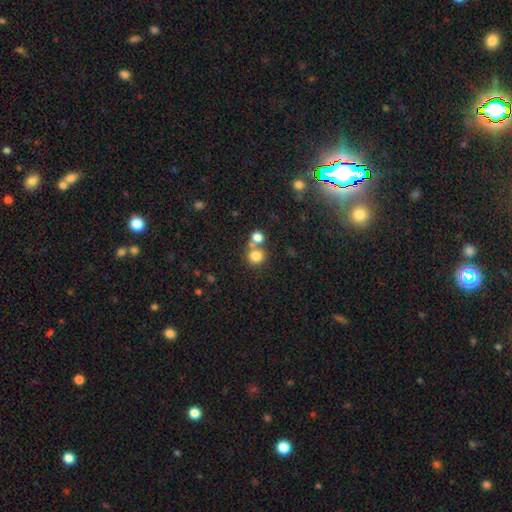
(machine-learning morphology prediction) smooth-or-featured: smooth: 79% | star or artifact: 13% | featured or disk: 8%
  how-rounded: round: 89% | in between: 10% | cigar-shaped: 1%
  merging: none: 57% | merger: 32% | minor disturbance: 7% | major disturbance: 3%